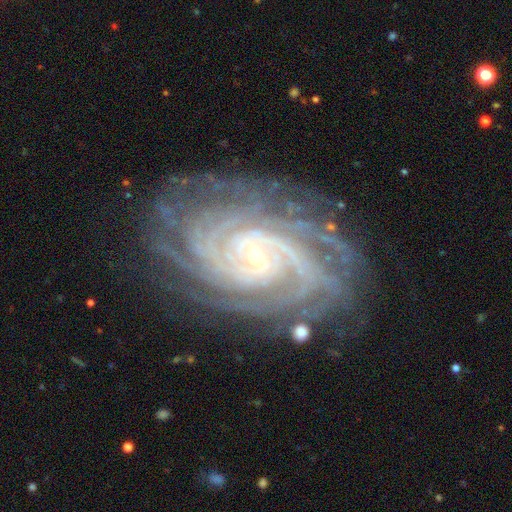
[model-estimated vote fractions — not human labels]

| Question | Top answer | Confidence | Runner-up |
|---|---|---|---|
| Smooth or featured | featured or disk | 92% | star or artifact (5%) |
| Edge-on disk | no | 97% | yes (3%) |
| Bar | no | 64% | weak (24%) |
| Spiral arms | yes | 99% | no (1%) |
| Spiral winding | tight | 82% | medium (16%) |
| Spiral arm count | more than 4 | 30% | 4 (23%) |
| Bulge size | small | 83% | moderate (14%) |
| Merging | none | 80% | minor disturbance (14%) |